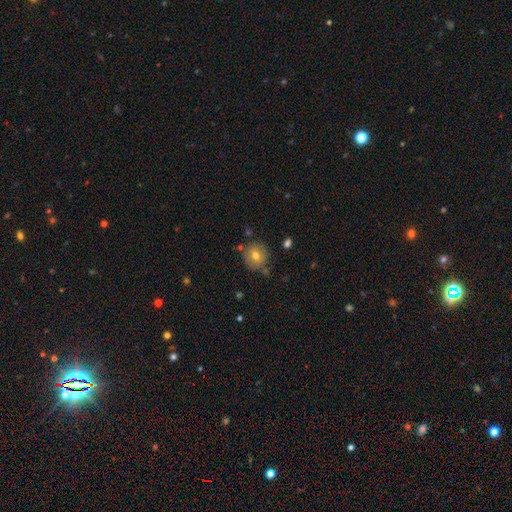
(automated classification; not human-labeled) Smooth or featured? Predicted: smooth (p=0.72). How rounded? Predicted: round (p=0.90). Merging? Predicted: none (p=0.80).